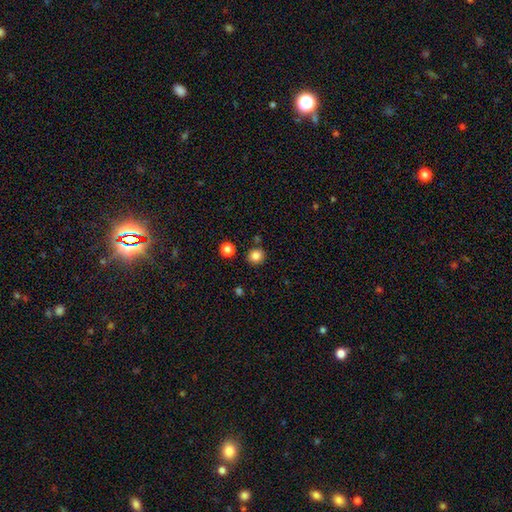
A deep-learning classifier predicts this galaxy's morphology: This appears to be a smooth galaxy with no disk features (83%) that is round (85%). Merging: none (85%).